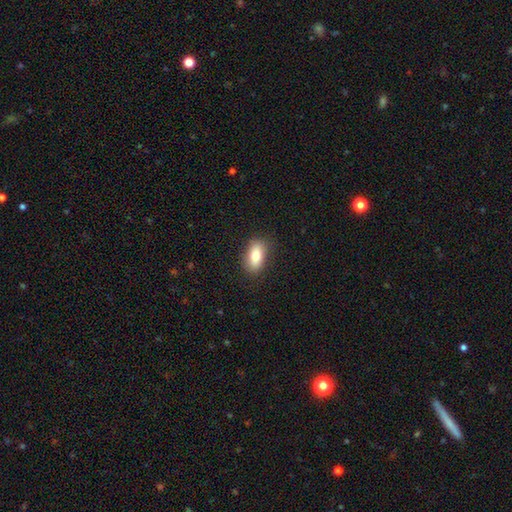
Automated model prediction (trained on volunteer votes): Morphology: type=smooth (81%); roundness=in between (88%); merging=none (85%).